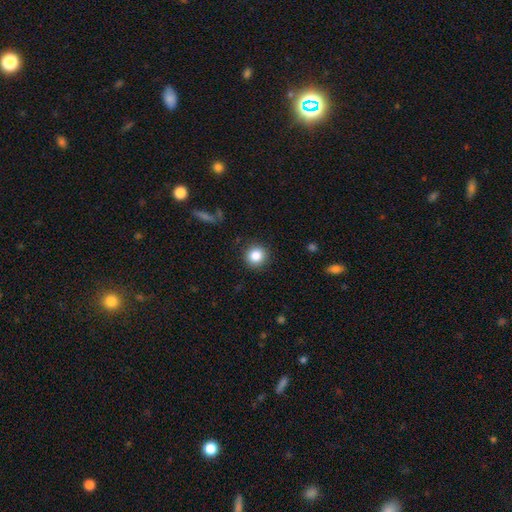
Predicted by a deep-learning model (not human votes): Smooth or featured: smooth — 85% (star or artifact — 10%)
How rounded: round — 93% (in between — 6%)
Merging: none — 90% (minor disturbance — 7%)